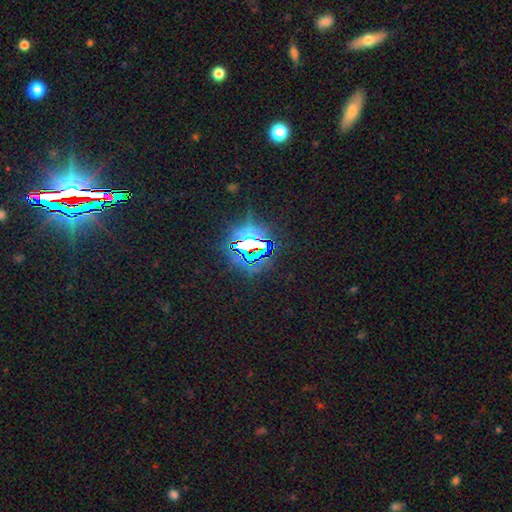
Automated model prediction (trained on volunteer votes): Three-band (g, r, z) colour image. It shows a star or artifact, not a galaxy (82%).